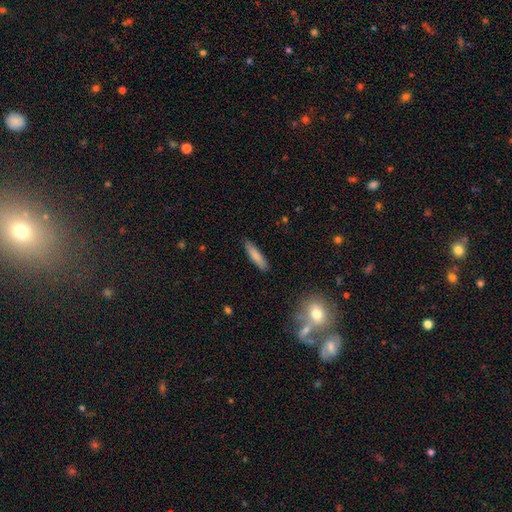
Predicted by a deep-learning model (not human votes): Morphology: type=smooth (82%); roundness=cigar-shaped (79%); merging=none (88%).